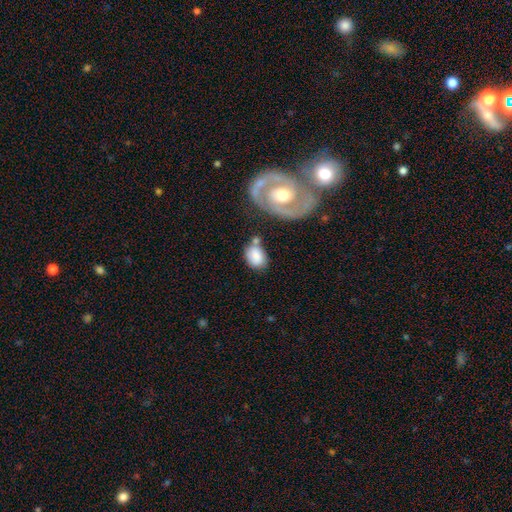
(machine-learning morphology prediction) This appears to be a smooth galaxy with no disk features (75%) that is in between round and cigar-shaped (78%). Merging: none (45%).